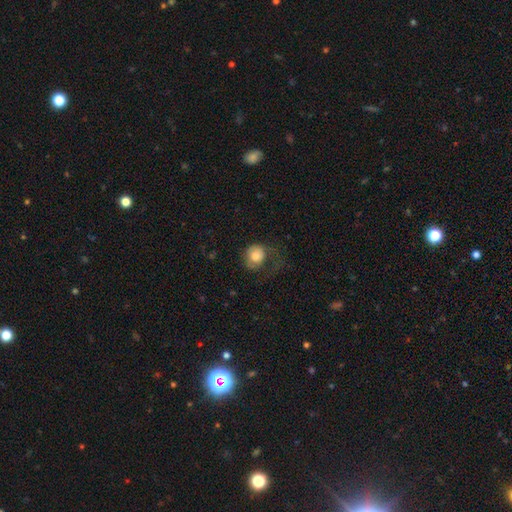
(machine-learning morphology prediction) Q: Smooth or featured?
A: smooth (75%); runner-up: featured or disk (17%)
Q: How rounded?
A: round (78%); runner-up: in between (21%)
Q: Merging?
A: major disturbance (40%); runner-up: none (37%)